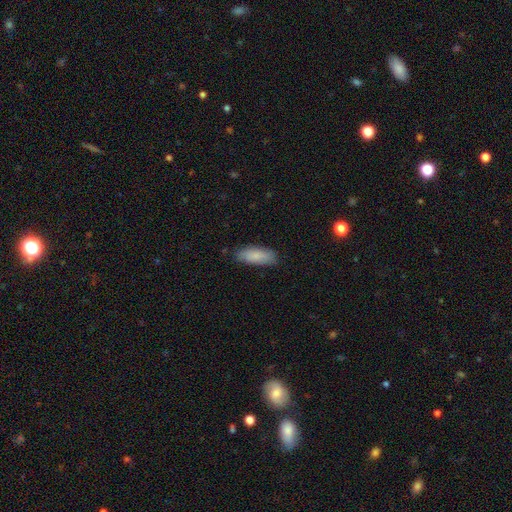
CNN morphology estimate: Smooth or featured: smooth — 83% (featured or disk — 11%)
How rounded: in between — 72% (cigar-shaped — 26%)
Merging: none — 81% (minor disturbance — 15%)